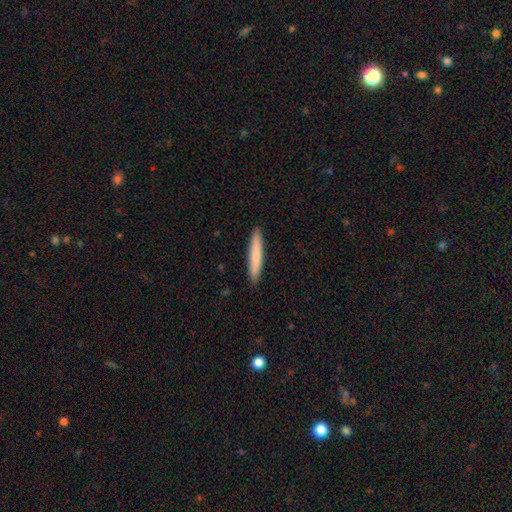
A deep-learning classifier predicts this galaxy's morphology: smooth-or-featured: smooth: 78% | featured or disk: 17% | star or artifact: 5%
  how-rounded: cigar-shaped: 94% | in between: 5% | round: 1%
  merging: none: 91% | minor disturbance: 6% | major disturbance: 1% | merger: 1%